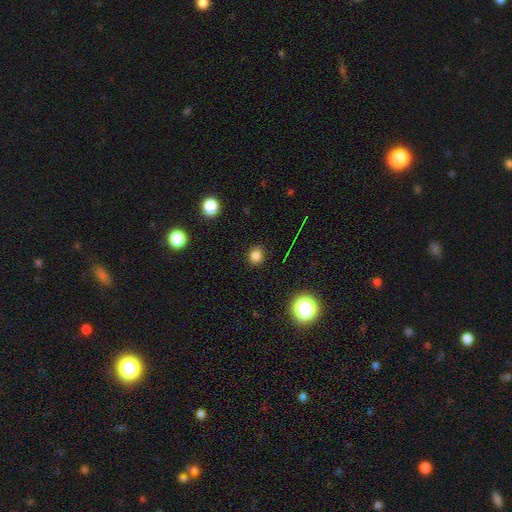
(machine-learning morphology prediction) Smooth or featured?
  - smooth: 79% *
  - star or artifact: 16%
  - featured or disk: 5%
How rounded?
  - round: 86% *
  - in between: 13%
  - cigar-shaped: 1%
Merging?
  - none: 89% *
  - minor disturbance: 7%
  - major disturbance: 2%
  - merger: 1%